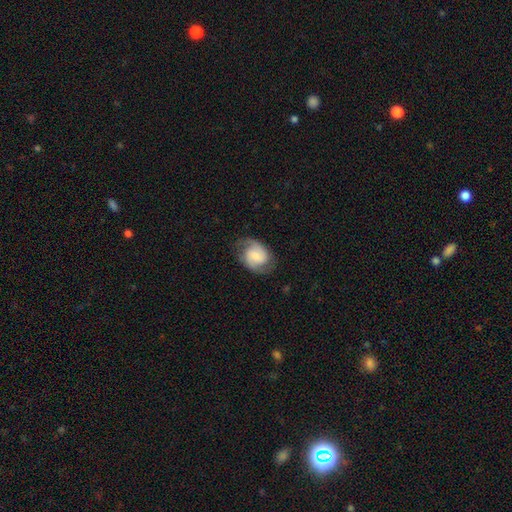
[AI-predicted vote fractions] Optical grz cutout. It shows a featured or disk galaxy (69%) with no bar (45%), 2 (87%) medium (49%) spiral arms (94%) and a small central bulge (43%). Merging: none (74%).